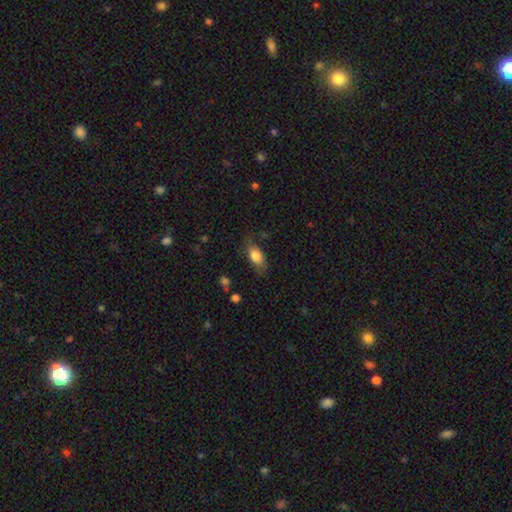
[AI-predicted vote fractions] smooth_or_featured: smooth (p=0.79) [alt: featured or disk p=0.14]
how_rounded: in between (p=0.88) [alt: cigar-shaped p=0.07]
merging: none (p=0.67) [alt: minor disturbance p=0.23]